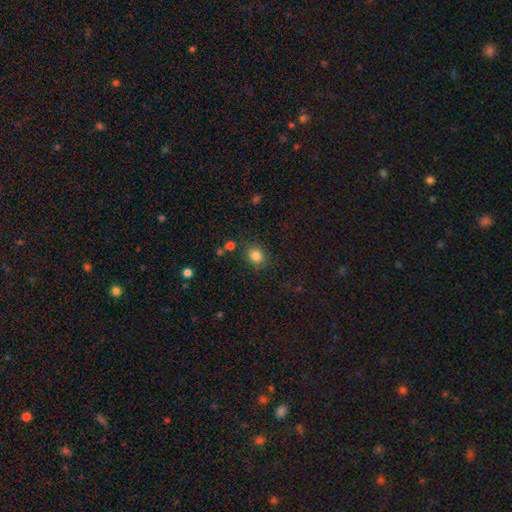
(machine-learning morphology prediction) A smooth galaxy with no disk features (84%) that is round (65%). Merging: none (82%).